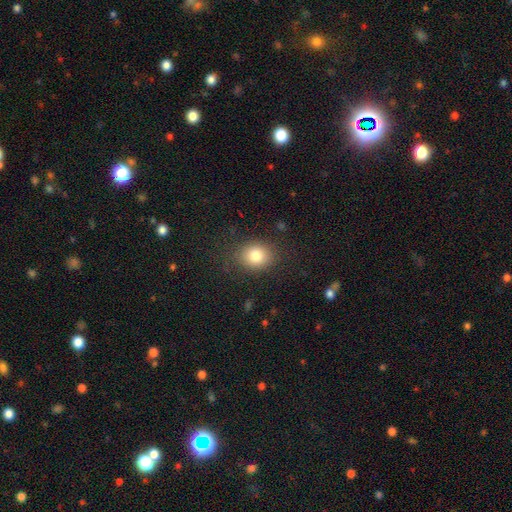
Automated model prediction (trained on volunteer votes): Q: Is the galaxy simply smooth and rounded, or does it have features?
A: smooth — 80%.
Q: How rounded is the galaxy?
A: round — 62%.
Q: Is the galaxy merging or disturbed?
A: none — 82%.